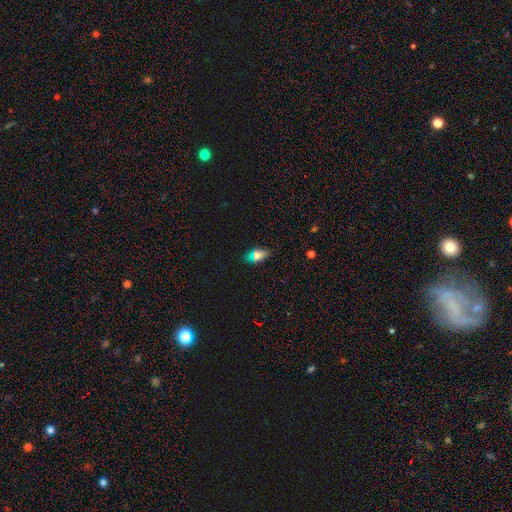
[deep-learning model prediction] A smooth galaxy with no disk features (67%) that is in between round and cigar-shaped (83%). Merging: none (80%).